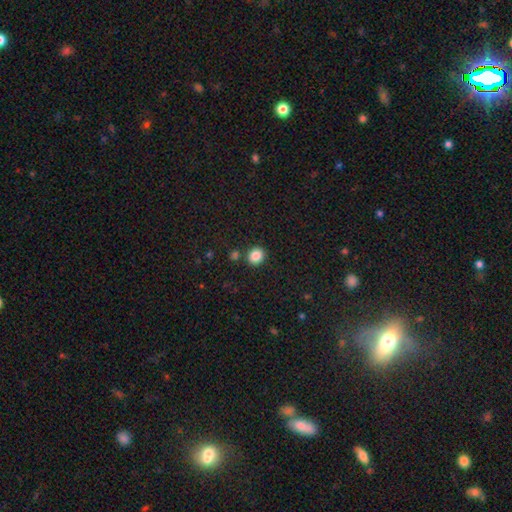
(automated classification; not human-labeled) Smooth or featured: smooth — 86% (star or artifact — 10%)
How rounded: round — 72% (in between — 27%)
Merging: none — 84% (minor disturbance — 8%)